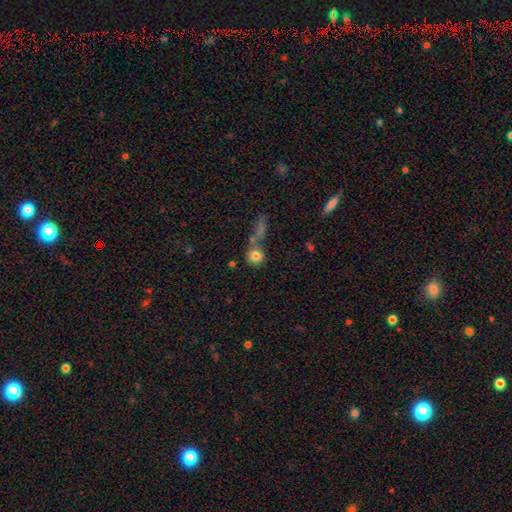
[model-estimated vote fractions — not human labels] Smooth or featured: smooth — 80% (featured or disk — 10%)
How rounded: round — 88% (in between — 10%)
Merging: none — 56% (merger — 26%)